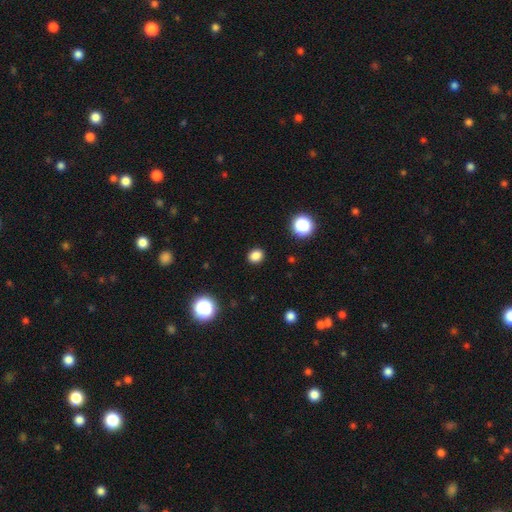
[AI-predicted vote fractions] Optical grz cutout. It shows a smooth galaxy with no disk features (84%) that is round (63%). Merging: none (90%).